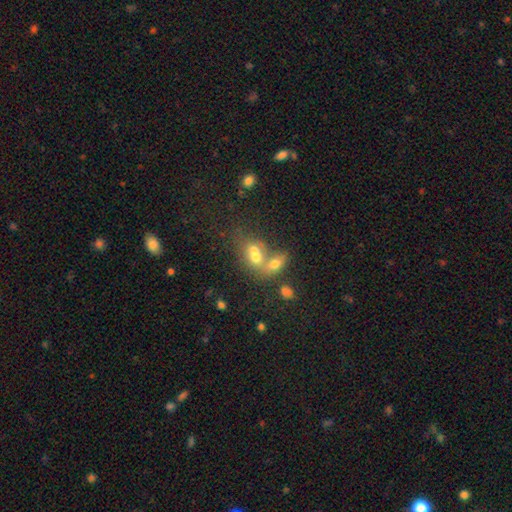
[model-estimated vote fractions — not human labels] smooth 61%, featured or disk 24%, star or artifact 16%. Down the decision tree: how rounded — in between (69%); merging — merger (68%).